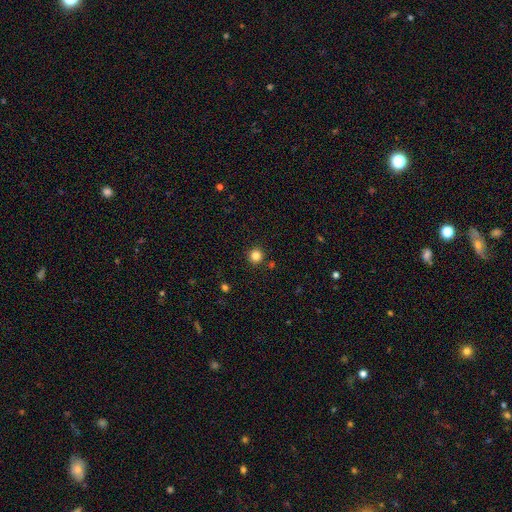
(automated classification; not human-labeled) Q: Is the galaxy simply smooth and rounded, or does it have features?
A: smooth — 83%.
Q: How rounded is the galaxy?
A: round — 94%.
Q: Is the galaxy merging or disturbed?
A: none — 91%.